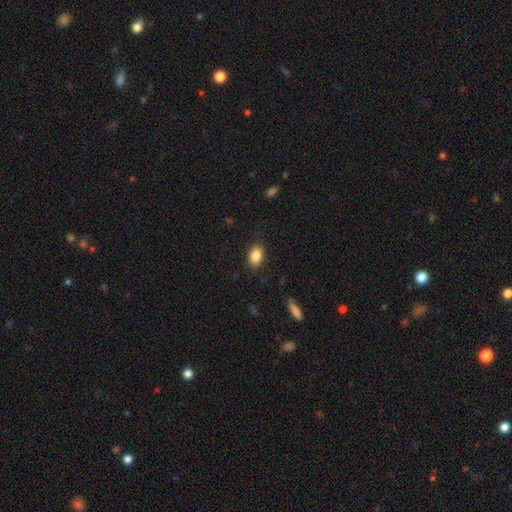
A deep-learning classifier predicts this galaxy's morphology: smooth-or-featured: smooth: 85% | star or artifact: 8% | featured or disk: 7%
  how-rounded: in between: 81% | round: 17% | cigar-shaped: 1%
  merging: none: 84% | minor disturbance: 12% | major disturbance: 3% | merger: 1%